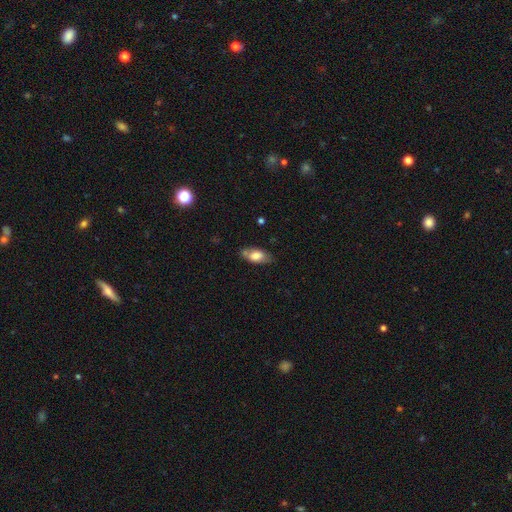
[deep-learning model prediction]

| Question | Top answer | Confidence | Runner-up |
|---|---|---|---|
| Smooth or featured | smooth | 70% | featured or disk (23%) |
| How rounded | in between | 87% | cigar-shaped (9%) |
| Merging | none | 67% | minor disturbance (23%) |